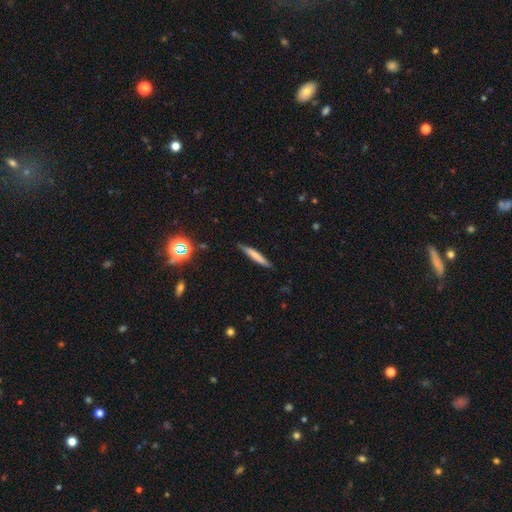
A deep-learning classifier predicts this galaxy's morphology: Overall: smooth (70%). How rounded: cigar-shaped (94%). Merging: none (86%).